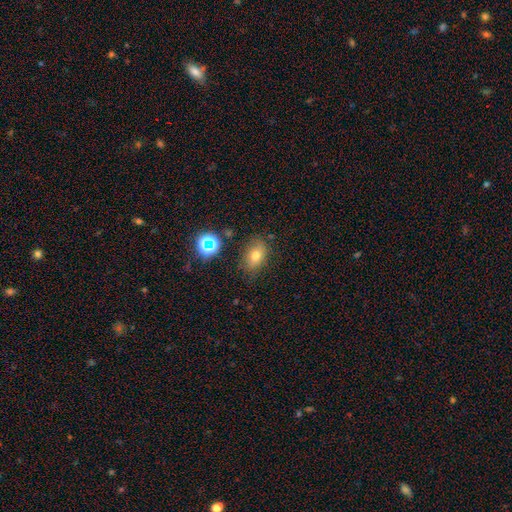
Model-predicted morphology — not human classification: type=smooth (71%); roundness=in between (77%); merging=none (78%).